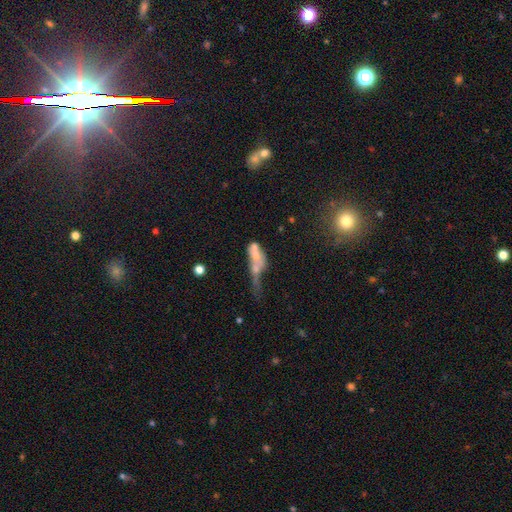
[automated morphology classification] smooth-or-featured: smooth: 47% | featured or disk: 40% | star or artifact: 13%
  merging: merger: 42% | major disturbance: 35% | none: 12% | minor disturbance: 11%